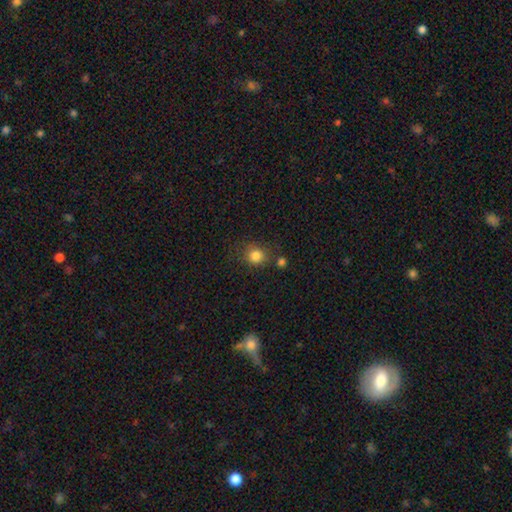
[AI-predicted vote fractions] Smooth or featured?
  - smooth: 83% *
  - star or artifact: 12%
  - featured or disk: 6%
How rounded?
  - round: 81% *
  - in between: 18%
  - cigar-shaped: 1%
Merging?
  - none: 72% *
  - minor disturbance: 13%
  - merger: 10%
  - major disturbance: 5%